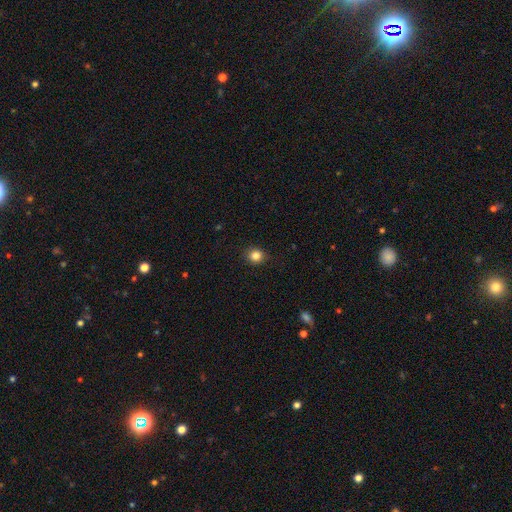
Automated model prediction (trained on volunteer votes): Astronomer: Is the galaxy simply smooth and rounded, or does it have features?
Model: smooth — 84%.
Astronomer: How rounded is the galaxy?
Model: round — 83%.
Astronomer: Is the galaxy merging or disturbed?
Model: none — 89%.